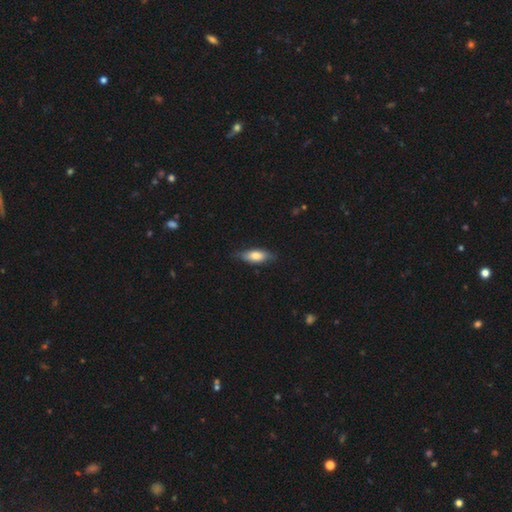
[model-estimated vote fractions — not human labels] Morphology: type=smooth (72%); roundness=in between (74%); merging=none (77%).